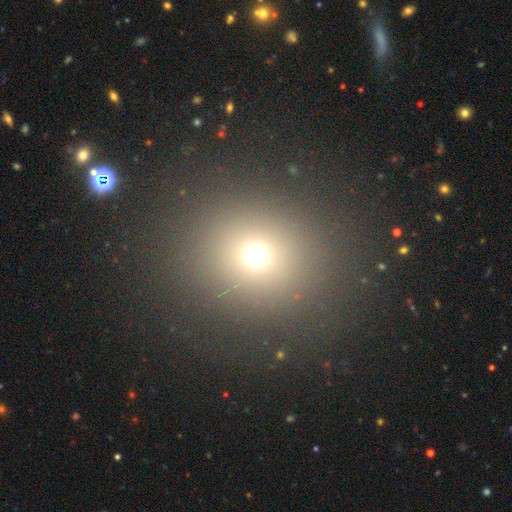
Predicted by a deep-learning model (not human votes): Q: Smooth or featured?
A: smooth (68%); runner-up: star or artifact (24%)
Q: How rounded?
A: round (79%); runner-up: in between (20%)
Q: Merging?
A: none (84%); runner-up: minor disturbance (8%)